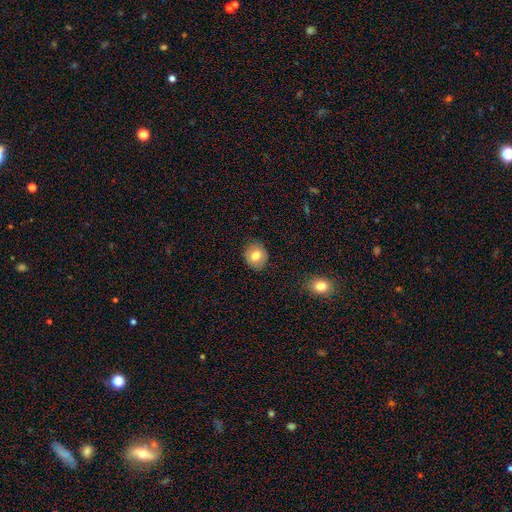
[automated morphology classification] Smooth or featured? Predicted: smooth (p=0.78). How rounded? Predicted: round (p=0.78). Merging? Predicted: none (p=0.88).